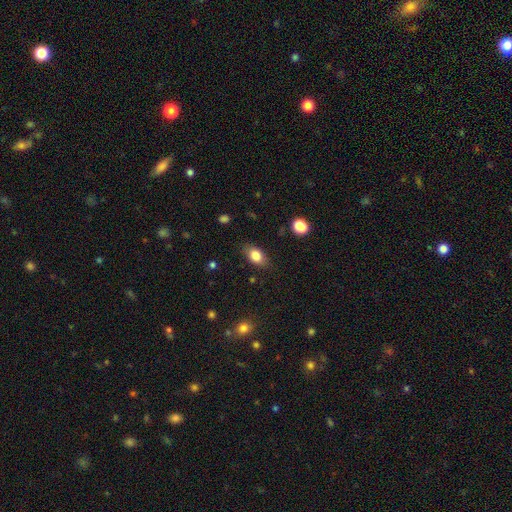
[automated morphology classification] smooth_or_featured: smooth (p=0.82) [alt: featured or disk p=0.10]
how_rounded: in between (p=0.86) [alt: round p=0.12]
merging: none (p=0.83) [alt: minor disturbance p=0.13]